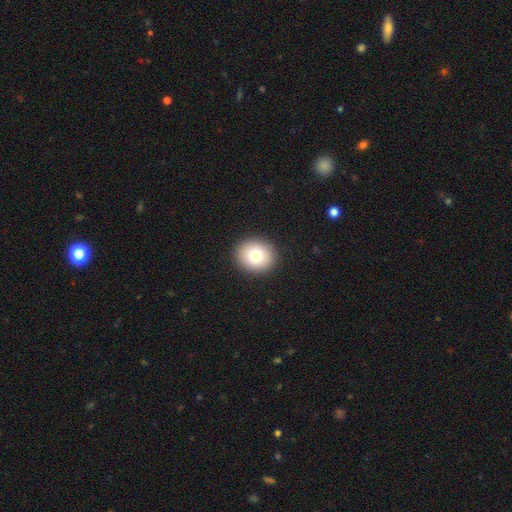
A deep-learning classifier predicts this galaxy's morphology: smooth_or_featured: smooth (p=0.78) [alt: featured or disk p=0.12]
how_rounded: round (p=0.76) [alt: in between p=0.23]
merging: none (p=0.92) [alt: minor disturbance p=0.05]